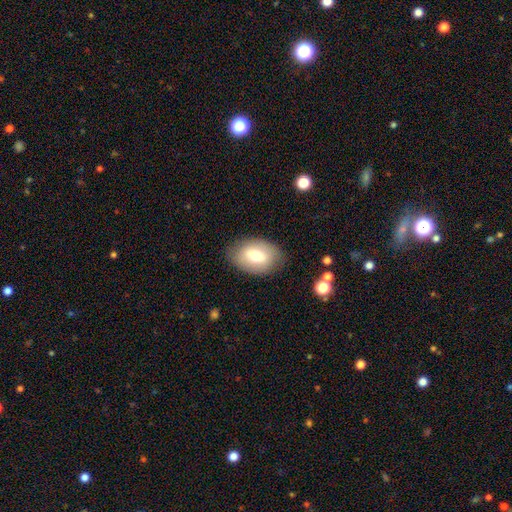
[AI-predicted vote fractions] A smooth galaxy with no disk features (67%) that is in between round and cigar-shaped (87%). Merging: none (81%).